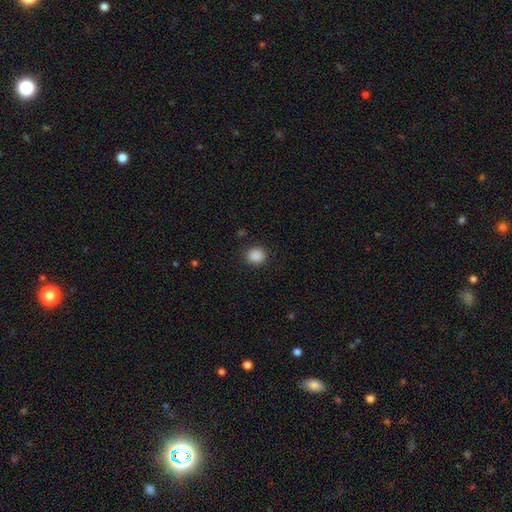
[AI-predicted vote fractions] This appears to be a smooth galaxy with no disk features (88%) that is round (76%). Merging: none (87%).